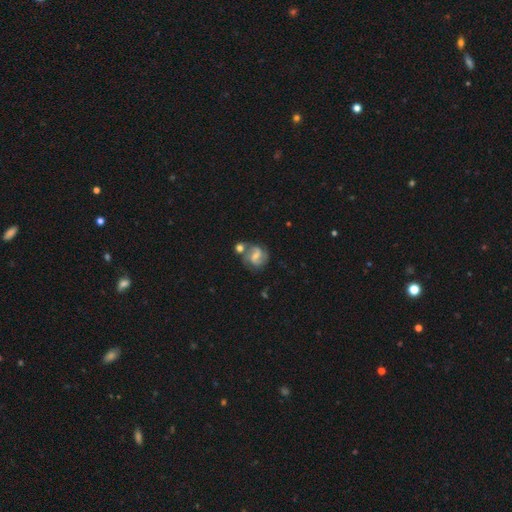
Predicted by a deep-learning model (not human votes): smooth-or-featured: featured or disk: 72% | smooth: 20% | star or artifact: 8%
  disk-edge-on: no: 97% | yes: 3%
    bar: weak: 51% | strong: 25% | no: 23%
    has-spiral-arms: yes: 91% | no: 9%
      spiral-winding: medium: 50% | loose: 26% | tight: 24%
      spiral-arm-count: 2: 81% | can't tell: 9% | 3: 5% | 1: 3% | 4: 1% | more than 4: 1%
    bulge-size: small: 48% | moderate: 40% | none: 8% | large: 3% | dominant: 1%
  merging: none: 52% | merger: 24% | minor disturbance: 16% | major disturbance: 7%